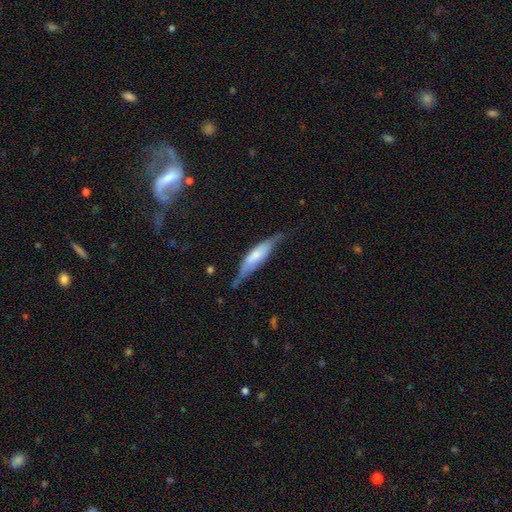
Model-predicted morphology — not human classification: Smooth or featured: smooth — 51% (featured or disk — 43%)
How rounded: cigar-shaped — 67% (in between — 31%)
Merging: none — 49% (minor disturbance — 35%)